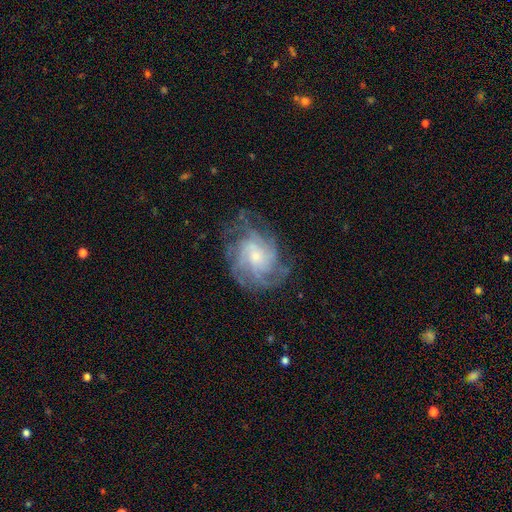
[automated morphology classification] Smooth or featured? featured or disk (80%)
Edge-on disk? no (97%)
Bar? no (69%)
Spiral arms? yes (95%)
Spiral winding? tight (55%)
Spiral arm count? can't tell (33%)
Bulge size? small (58%)
Merging? none (70%)